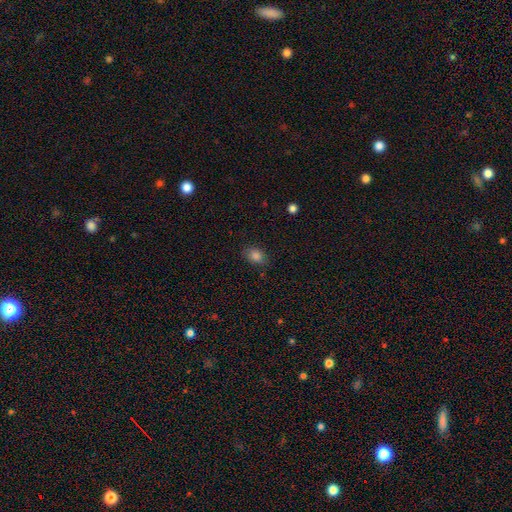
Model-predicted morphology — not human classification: A smooth galaxy with no disk features (84%) that is in between round and cigar-shaped (72%).

Vote fractions:
- Smooth or featured? smooth: 84% / star or artifact: 11% / featured or disk: 5%
- How rounded? in between: 72% / round: 27% / cigar-shaped: 1%
- Merging? none: 81% / minor disturbance: 14% / major disturbance: 3% / merger: 1%